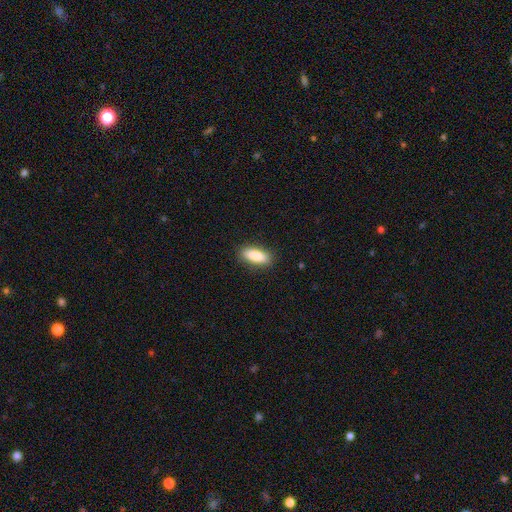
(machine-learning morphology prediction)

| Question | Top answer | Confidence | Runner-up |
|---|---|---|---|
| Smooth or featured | smooth | 85% | featured or disk (8%) |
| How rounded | in between | 75% | cigar-shaped (22%) |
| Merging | none | 87% | minor disturbance (9%) |